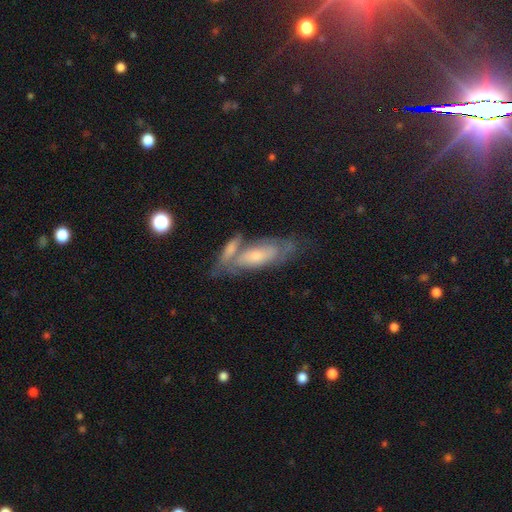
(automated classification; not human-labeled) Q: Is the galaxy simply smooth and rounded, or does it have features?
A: featured or disk — 58%.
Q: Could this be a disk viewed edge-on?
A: no — 73%.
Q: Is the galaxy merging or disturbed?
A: none — 53%.